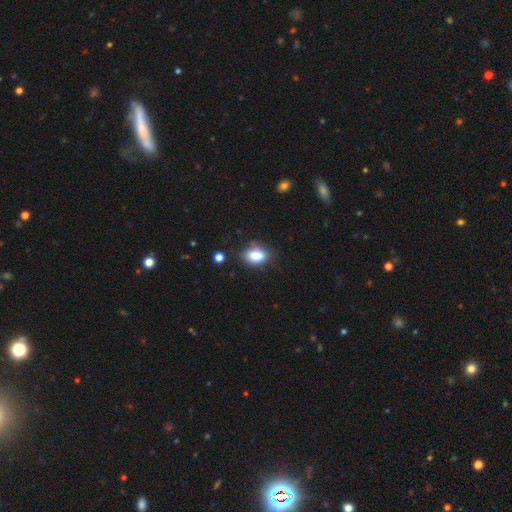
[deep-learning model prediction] This appears to be a smooth galaxy with no disk features (83%) that is in between round and cigar-shaped (81%). Merging: none (73%).